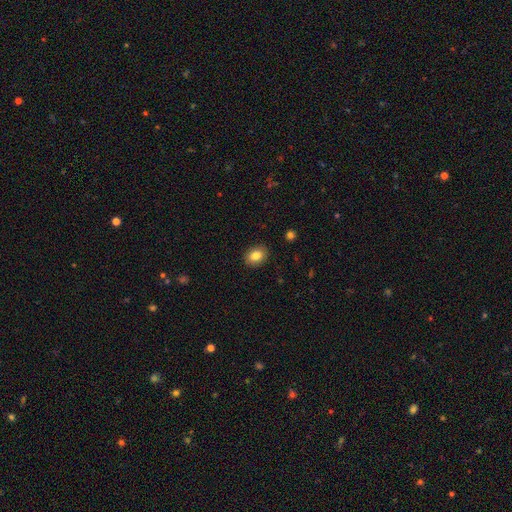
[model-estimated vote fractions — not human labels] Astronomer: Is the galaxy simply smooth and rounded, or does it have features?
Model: smooth — 83%.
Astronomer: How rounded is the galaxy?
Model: in between — 67%.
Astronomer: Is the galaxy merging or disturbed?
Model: none — 89%.